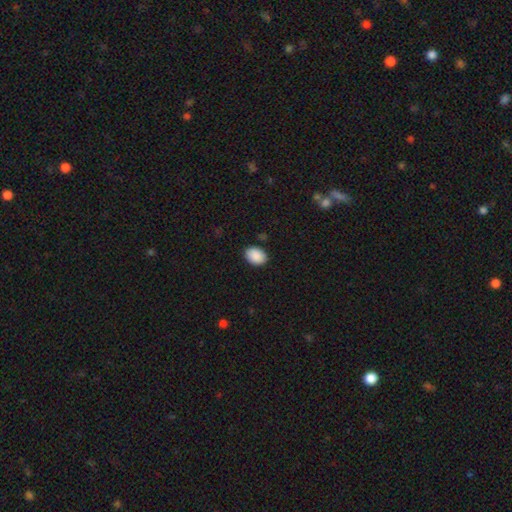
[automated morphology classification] The model was most divided on "how rounded": in between: 75%, round: 24%, cigar-shaped: 1%. More confident: smooth or featured — smooth (90%); merging — none (88%).